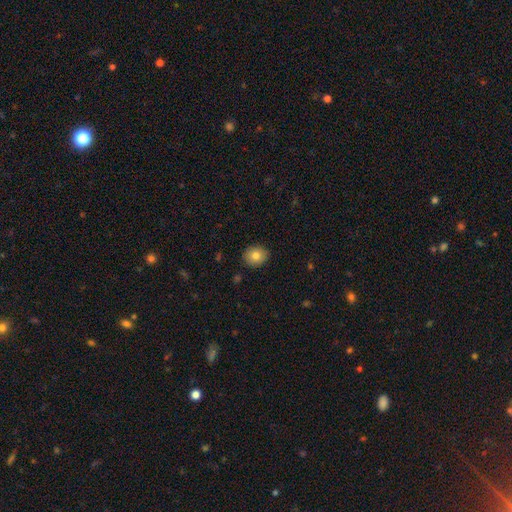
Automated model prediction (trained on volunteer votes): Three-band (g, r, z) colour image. It shows a smooth galaxy with no disk features (81%) that is round (66%). Merging: none (88%).